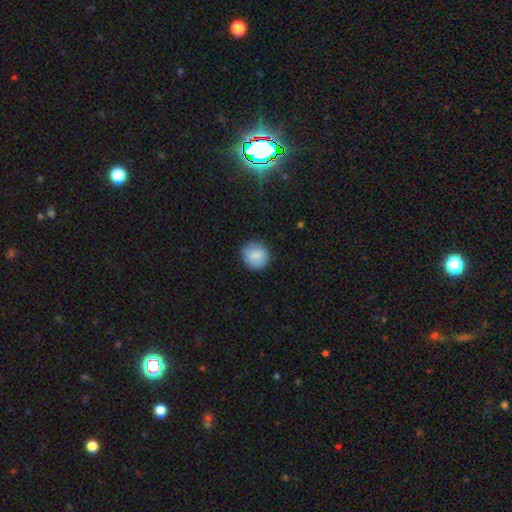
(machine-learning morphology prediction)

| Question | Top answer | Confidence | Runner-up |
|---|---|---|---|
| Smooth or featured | smooth | 86% | star or artifact (8%) |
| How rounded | round | 91% | in between (8%) |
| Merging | none | 82% | minor disturbance (14%) |